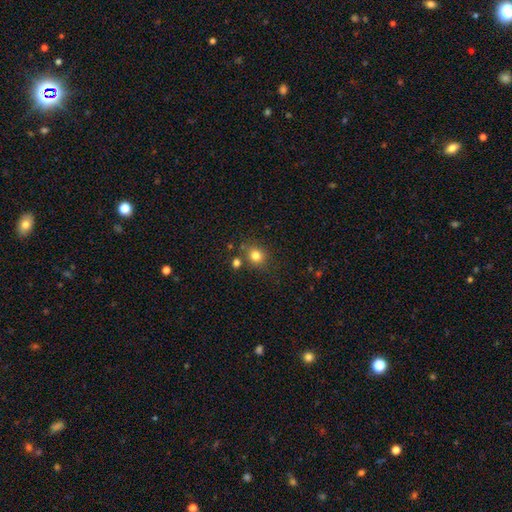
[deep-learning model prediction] This is clearly a smooth galaxy (80%). How rounded: likely round (79%). Merging: likely none (75%).